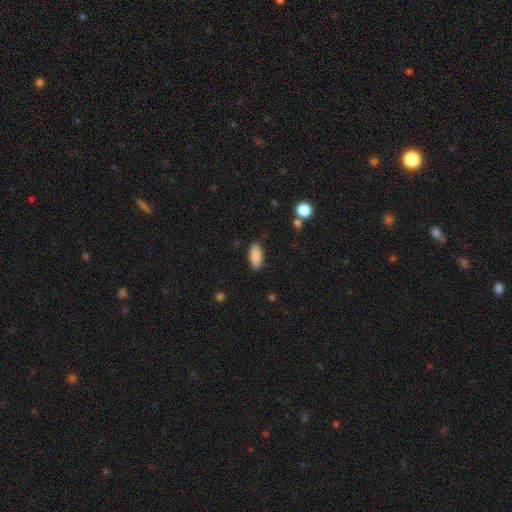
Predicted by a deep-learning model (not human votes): This is clearly a smooth galaxy (88%). How rounded: clearly in between (88%). Merging: clearly none (86%).